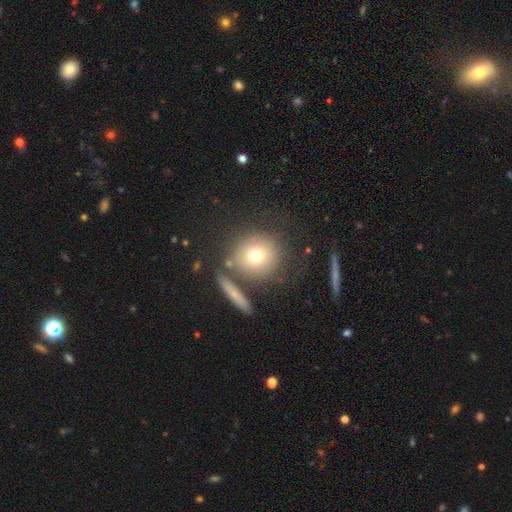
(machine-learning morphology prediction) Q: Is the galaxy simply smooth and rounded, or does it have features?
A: smooth — 71%.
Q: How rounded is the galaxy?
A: round — 87%.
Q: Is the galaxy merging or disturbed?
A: none — 73%.